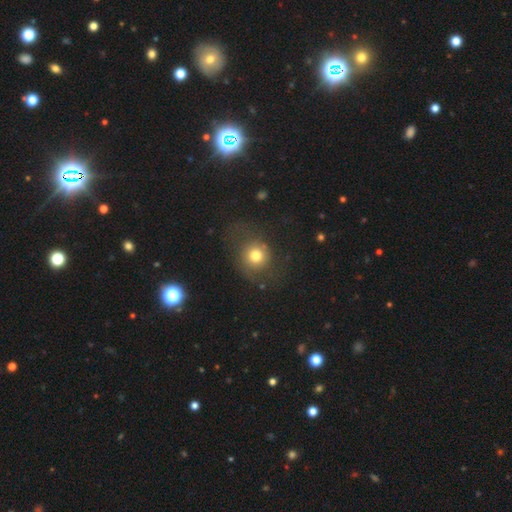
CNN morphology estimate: A smooth galaxy with no disk features (71%) that is round (78%).

Vote fractions:
- Smooth or featured? smooth: 71% / featured or disk: 17% / star or artifact: 13%
- How rounded? round: 78% / in between: 20% / cigar-shaped: 1%
- Merging? none: 59% / major disturbance: 20% / minor disturbance: 19% / merger: 2%